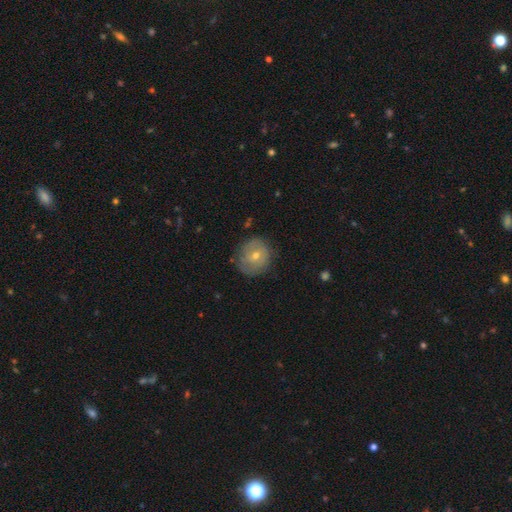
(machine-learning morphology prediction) Smooth or featured: featured or disk — 49% (smooth — 41%)
Merging: none — 77% (minor disturbance — 18%)